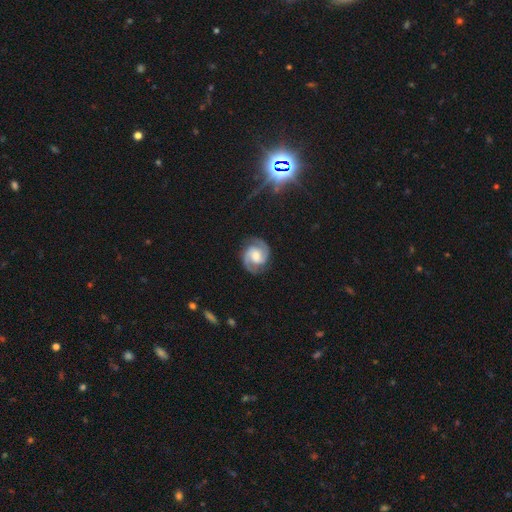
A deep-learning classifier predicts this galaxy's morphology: Smooth or featured: featured or disk — 89% (smooth — 7%)
Edge-on disk: no — 98% (yes — 2%)
Bar: no — 45% (weak — 42%)
Spiral arms: yes — 98% (no — 2%)
Spiral winding: medium — 51% (tight — 39%)
Spiral arm count: 2 — 93% (can't tell — 2%)
Bulge size: moderate — 53% (small — 22%)
Merging: none — 84% (minor disturbance — 11%)